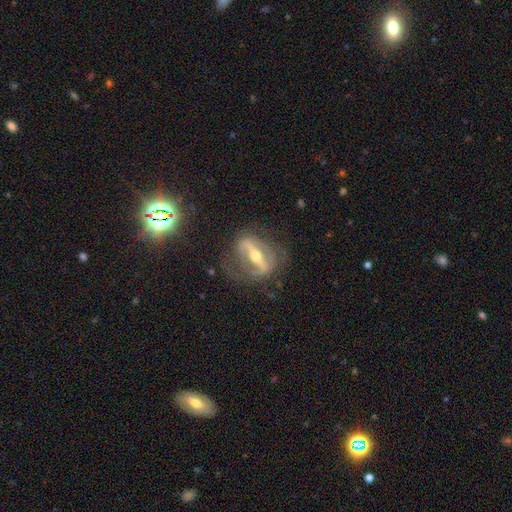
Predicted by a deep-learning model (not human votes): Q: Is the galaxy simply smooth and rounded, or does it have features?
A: featured or disk — 83%.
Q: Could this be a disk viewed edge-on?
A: no — 75%.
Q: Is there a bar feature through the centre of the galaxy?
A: strong — 84%.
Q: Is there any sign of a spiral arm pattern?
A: yes — 59%.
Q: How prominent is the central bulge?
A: moderate — 58%.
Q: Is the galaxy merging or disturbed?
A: none — 67%.